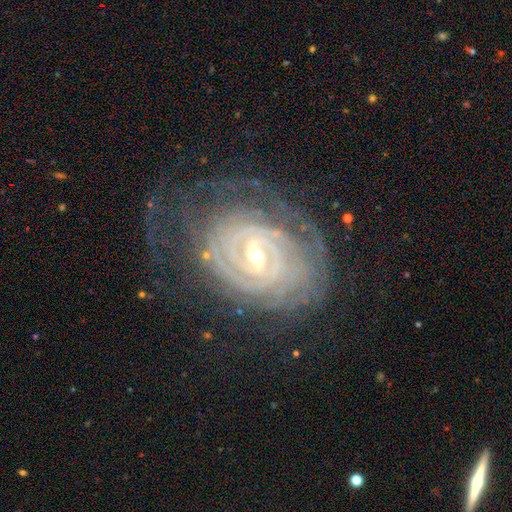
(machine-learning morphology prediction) Smooth or featured? Predicted: featured or disk (p=0.90). Edge-on disk? Predicted: no (p=0.97). Bar? Predicted: weak (p=0.47). Spiral arms? Predicted: yes (p=0.97). Spiral winding? Predicted: tight (p=0.85). Spiral arm count? Predicted: can't tell (p=0.30). Bulge size? Predicted: small (p=0.62). Merging? Predicted: none (p=0.69).